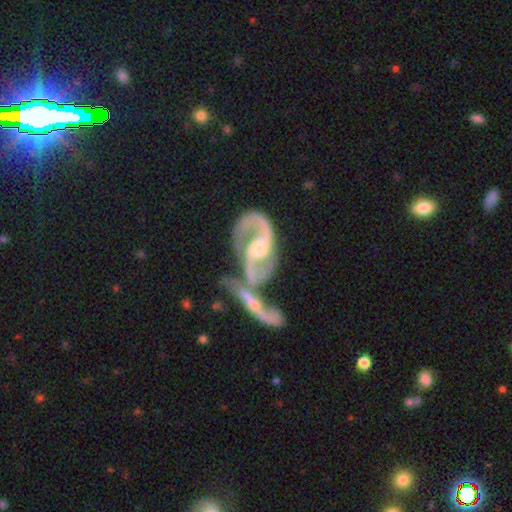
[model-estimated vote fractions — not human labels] featured or disk 83%, star or artifact 10%, smooth 7%. Down the decision tree: edge-on disk — no (94%); bar — no (44%); spiral arms — yes (89%); spiral arm count — 2 (76%); spiral winding — medium (44%); bulge size — moderate (53%); merging — merger (35%).